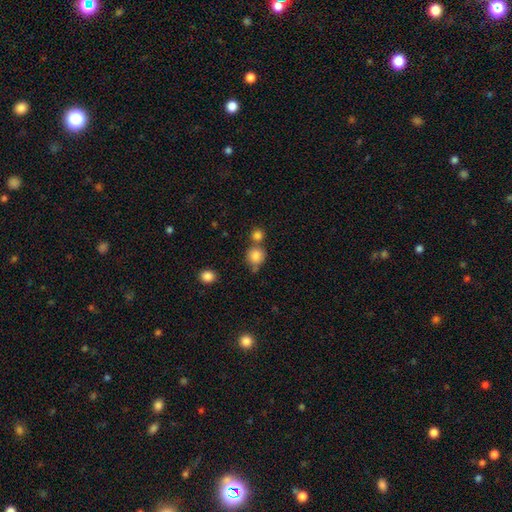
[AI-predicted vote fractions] A smooth galaxy with no disk features (83%) that is round (84%).

Vote fractions:
- Smooth or featured? smooth: 83% / star or artifact: 10% / featured or disk: 7%
- How rounded? round: 84% / in between: 15% / cigar-shaped: 1%
- Merging? none: 56% / merger: 28% / minor disturbance: 12% / major disturbance: 4%